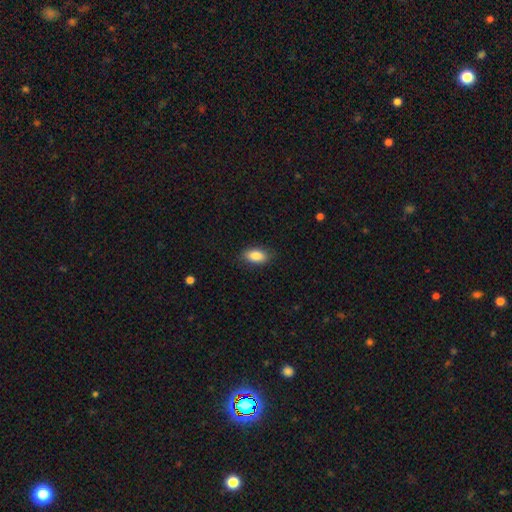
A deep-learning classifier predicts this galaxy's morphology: Smooth or featured: smooth — 87% (star or artifact — 7%)
How rounded: in between — 91% (round — 5%)
Merging: none — 85% (minor disturbance — 12%)